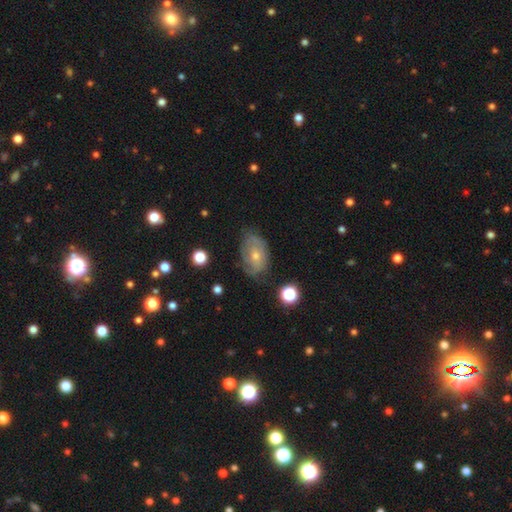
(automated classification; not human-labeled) This appears to be a featured or disk galaxy (53%). Merging: none (69%).